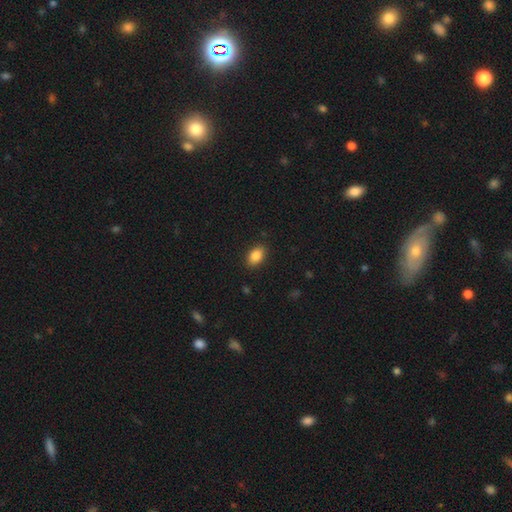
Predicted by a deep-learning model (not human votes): This appears to be a smooth galaxy with no disk features (87%) that is in between round and cigar-shaped (88%). Merging: none (88%).